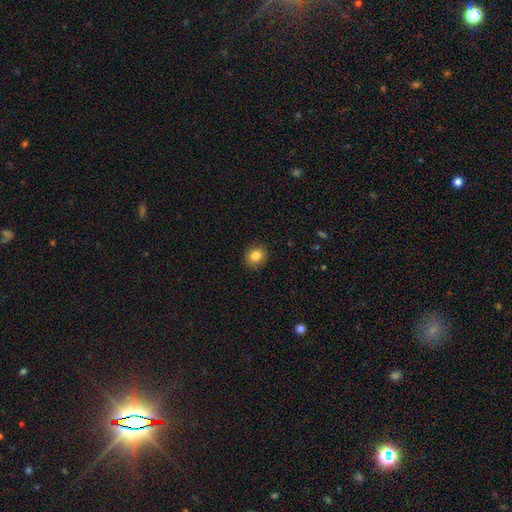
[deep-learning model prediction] The model was most divided on "how rounded": round: 73%, in between: 26%, cigar-shaped: 1%. More confident: merging — none (90%); smooth or featured — smooth (85%).